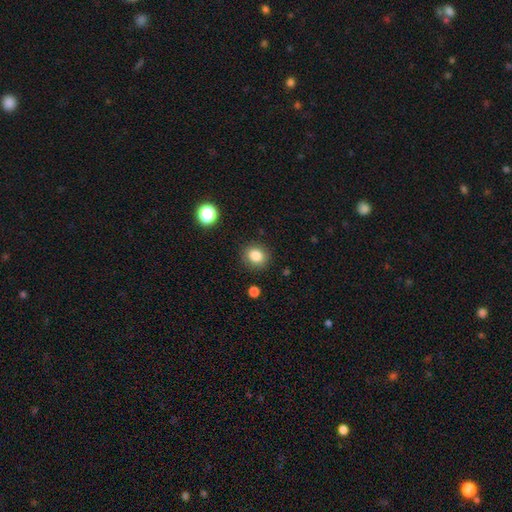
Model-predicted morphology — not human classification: type=smooth (84%); roundness=round (69%); merging=none (88%).